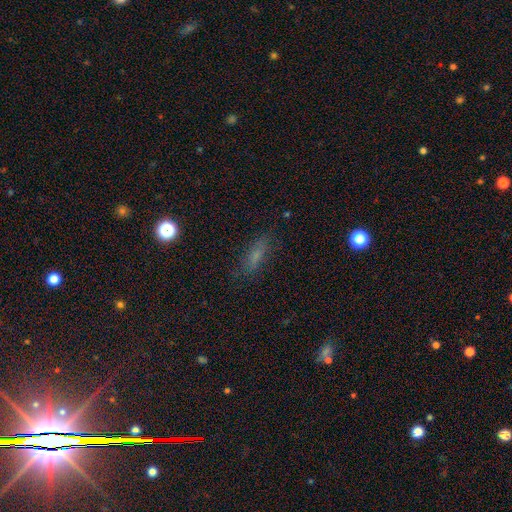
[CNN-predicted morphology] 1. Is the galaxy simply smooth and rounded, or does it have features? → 60% smooth, 22% featured or disk, 18% star or artifact.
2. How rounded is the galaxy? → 50% in between, 45% cigar-shaped, 5% round.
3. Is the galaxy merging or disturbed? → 78% none, 15% minor disturbance, 5% major disturbance, 2% merger.